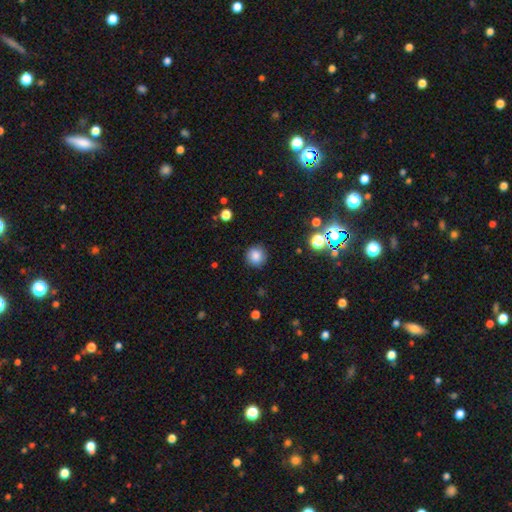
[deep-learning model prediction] Overall: smooth (83%). How rounded: round (92%). Merging: none (89%).